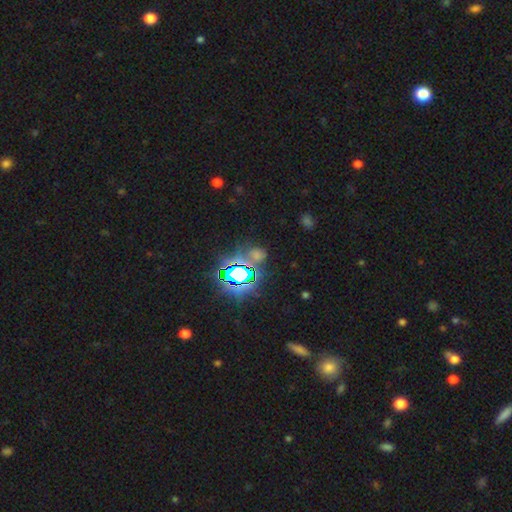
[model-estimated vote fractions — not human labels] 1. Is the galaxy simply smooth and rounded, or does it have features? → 72% star or artifact, 19% smooth, 8% featured or disk.